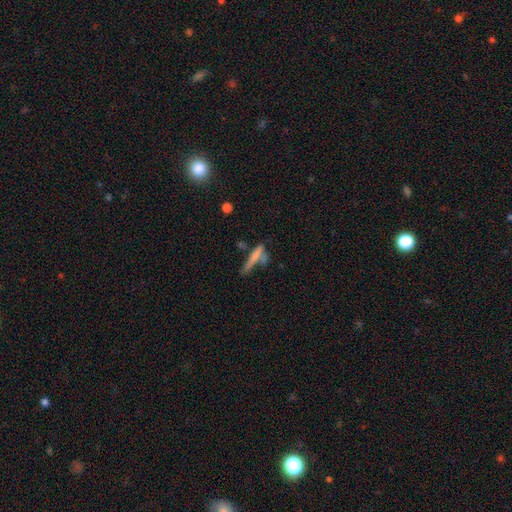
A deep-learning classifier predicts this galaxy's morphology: The model was most divided on "merging": none: 45%, merger: 25%, minor disturbance: 18%, major disturbance: 12%. More confident: how rounded — cigar-shaped (87%); smooth or featured — smooth (61%).